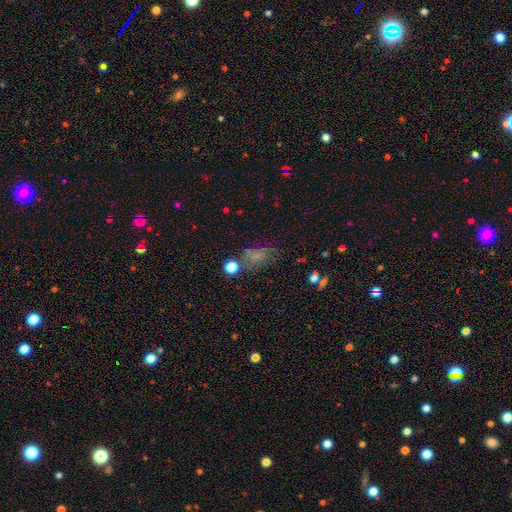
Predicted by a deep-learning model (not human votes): Smooth or featured? Predicted: smooth (p=0.58). How rounded? Predicted: in between (p=0.76). Merging? Predicted: none (p=0.59).